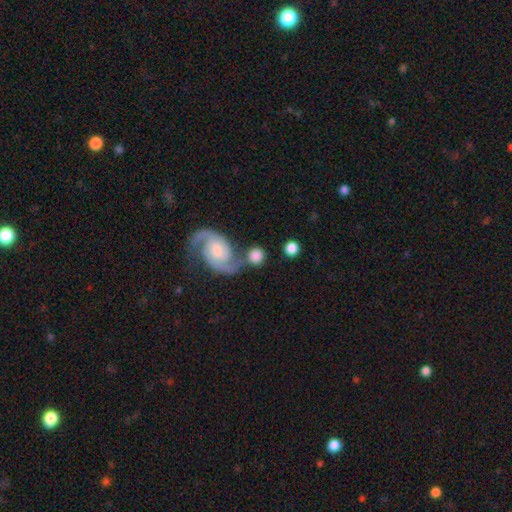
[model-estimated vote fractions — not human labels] This appears to be a smooth galaxy with no disk features (62%) that is round (85%). Merging: none (53%).